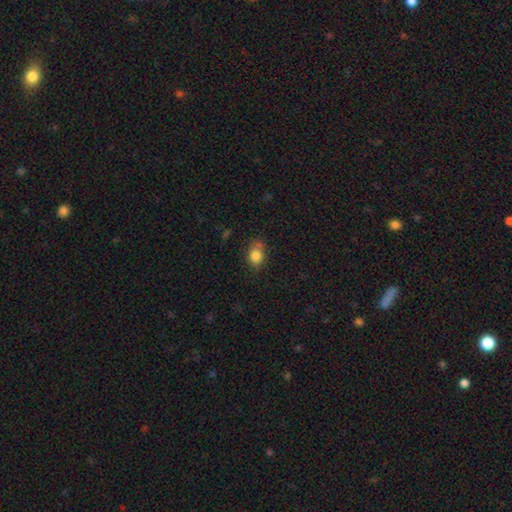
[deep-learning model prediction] Smooth or featured?
  - smooth: 82% *
  - star or artifact: 10%
  - featured or disk: 8%
How rounded?
  - in between: 55% *
  - round: 43%
  - cigar-shaped: 2%
Merging?
  - none: 60% *
  - minor disturbance: 28%
  - major disturbance: 7%
  - merger: 4%